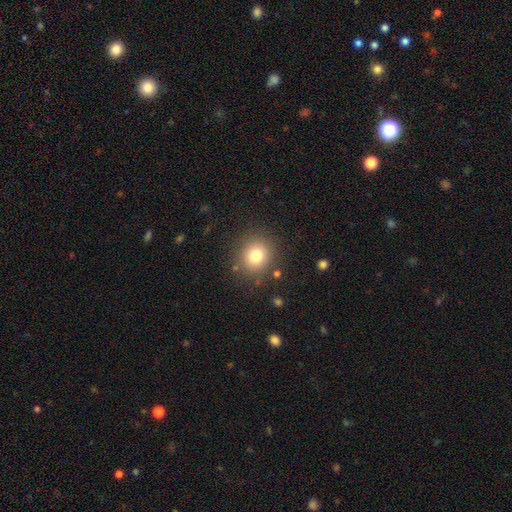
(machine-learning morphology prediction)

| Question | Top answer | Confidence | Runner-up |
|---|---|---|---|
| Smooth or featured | smooth | 79% | star or artifact (13%) |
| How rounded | round | 84% | in between (15%) |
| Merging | none | 86% | minor disturbance (9%) |